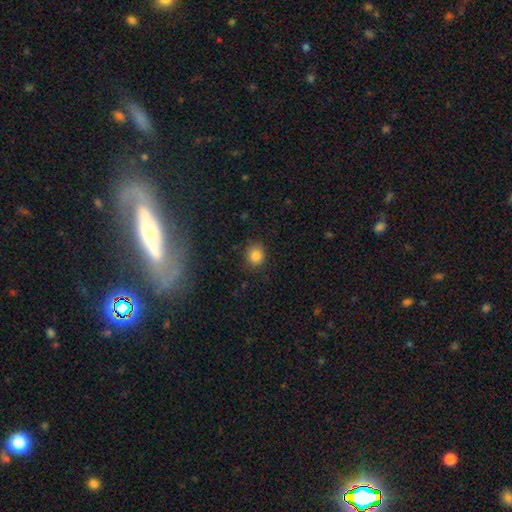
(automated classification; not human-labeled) smooth 83%, star or artifact 11%, featured or disk 6%. Down the decision tree: how rounded — round (83%); merging — none (85%).